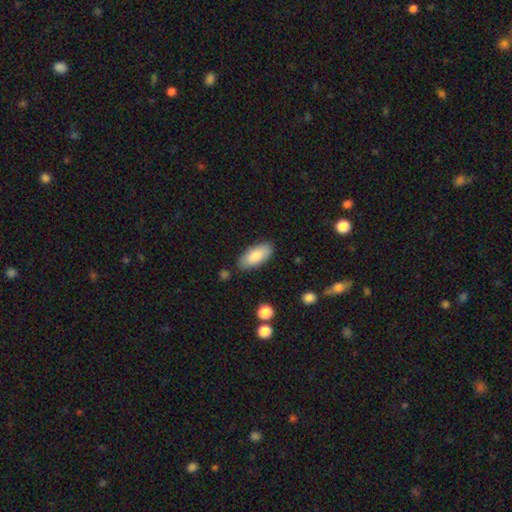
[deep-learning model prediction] smooth-or-featured: smooth: 84% | featured or disk: 10% | star or artifact: 6%
  how-rounded: in between: 88% | cigar-shaped: 10% | round: 2%
  merging: none: 84% | minor disturbance: 11% | major disturbance: 2% | merger: 2%